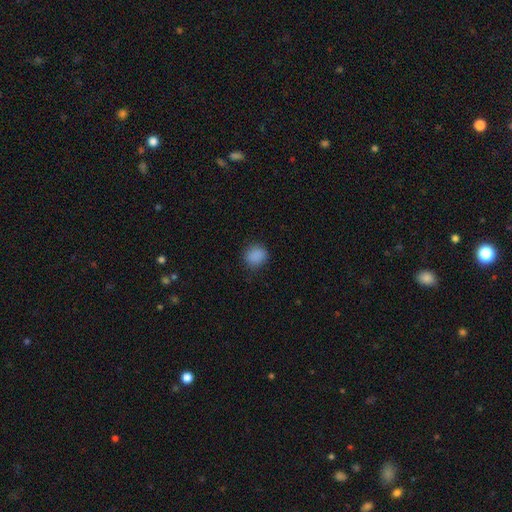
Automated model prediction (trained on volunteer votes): smooth-or-featured: smooth: 87% | star or artifact: 10% | featured or disk: 3%
  how-rounded: round: 80% | in between: 19% | cigar-shaped: 1%
  merging: none: 85% | minor disturbance: 11% | major disturbance: 3% | merger: 1%